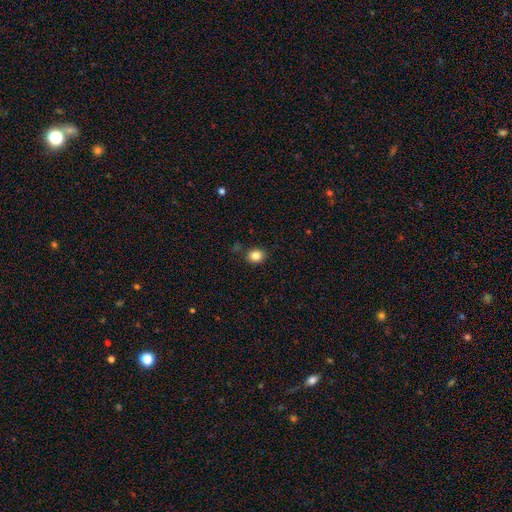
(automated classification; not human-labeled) smooth 84%, star or artifact 11%, featured or disk 5%. Down the decision tree: how rounded — round (56%); merging — none (85%).